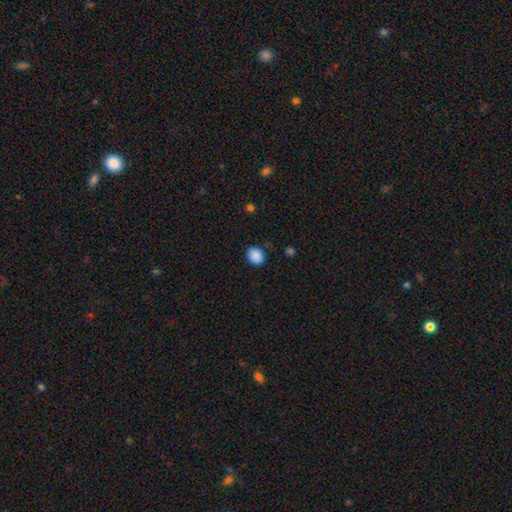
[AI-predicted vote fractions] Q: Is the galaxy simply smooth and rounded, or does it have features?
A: smooth — 89%.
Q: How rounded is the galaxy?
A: in between — 50%.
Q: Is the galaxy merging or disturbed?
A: none — 81%.